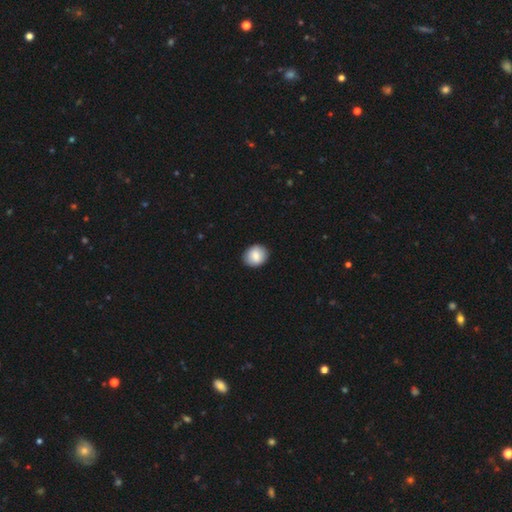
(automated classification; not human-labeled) A smooth galaxy with no disk features (85%) that is round (59%).

Vote fractions:
- Smooth or featured? smooth: 85% / featured or disk: 8% / star or artifact: 7%
- How rounded? round: 59% / in between: 40% / cigar-shaped: 1%
- Merging? none: 89% / minor disturbance: 8% / major disturbance: 2% / merger: 1%